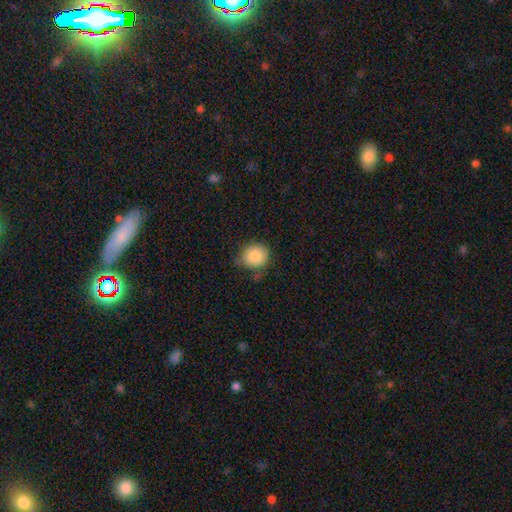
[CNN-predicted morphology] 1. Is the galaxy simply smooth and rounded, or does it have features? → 86% smooth, 8% star or artifact, 6% featured or disk.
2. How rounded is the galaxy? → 84% round, 15% in between, 1% cigar-shaped.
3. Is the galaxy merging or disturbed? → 65% none, 26% minor disturbance, 5% major disturbance, 3% merger.